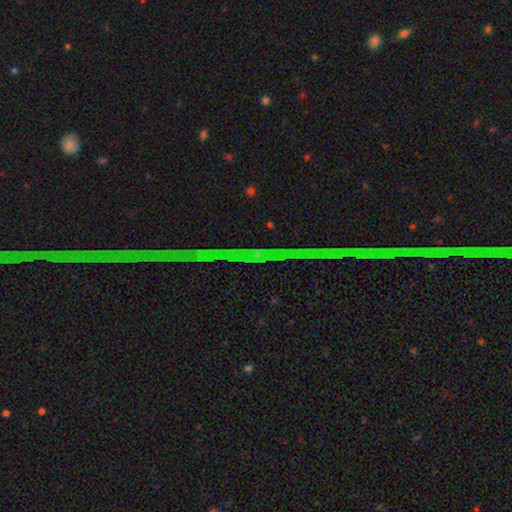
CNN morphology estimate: Smooth or featured?
  - star or artifact: 84% *
  - featured or disk: 10%
  - smooth: 6%